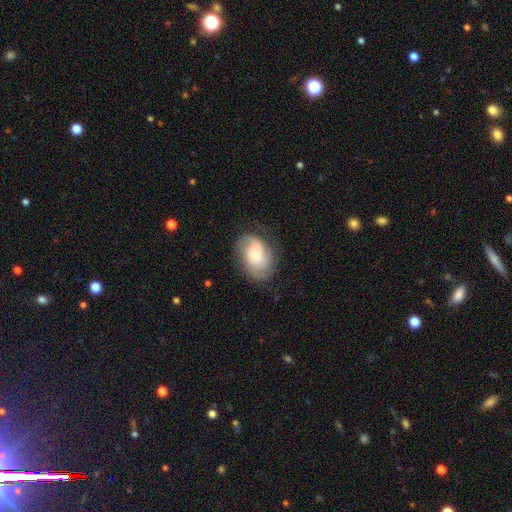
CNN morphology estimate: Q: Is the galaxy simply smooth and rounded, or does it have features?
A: smooth — 47%.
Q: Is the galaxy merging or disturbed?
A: none — 43%.